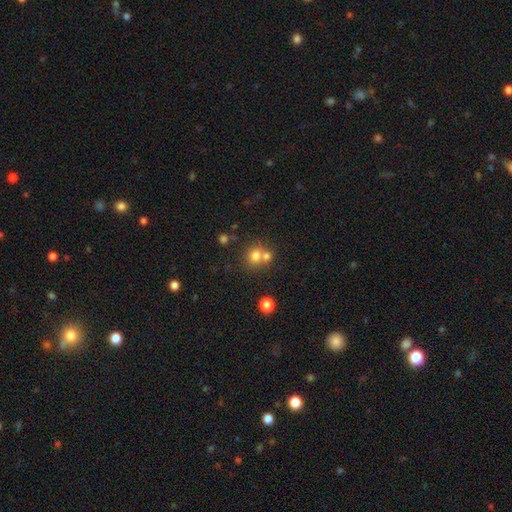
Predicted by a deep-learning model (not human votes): smooth 74%, star or artifact 14%, featured or disk 11%. Down the decision tree: how rounded — round (82%); merging — none (48%).